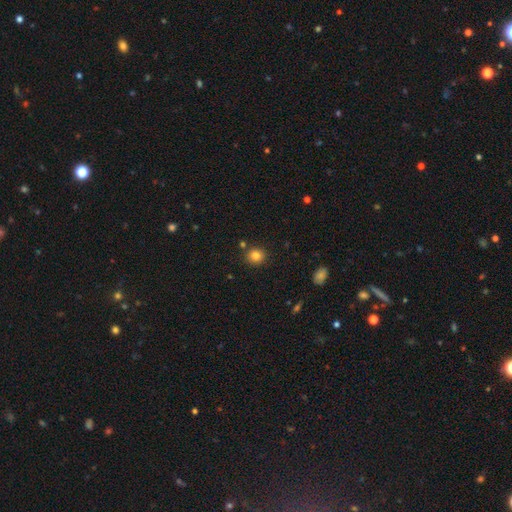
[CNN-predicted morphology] type=smooth (82%); roundness=round (82%); merging=none (85%).